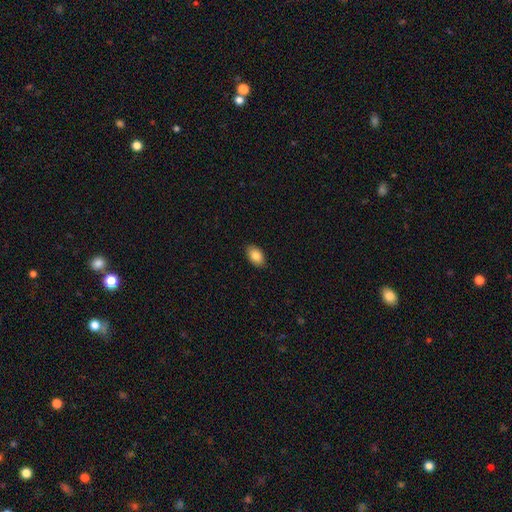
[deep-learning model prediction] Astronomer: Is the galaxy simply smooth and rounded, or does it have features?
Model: smooth — 85%.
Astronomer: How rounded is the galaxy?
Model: in between — 90%.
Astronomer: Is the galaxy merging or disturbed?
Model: none — 89%.